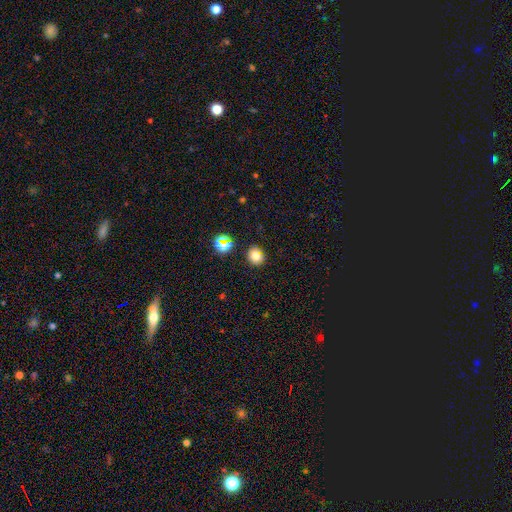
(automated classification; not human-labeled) Smooth or featured? smooth (77%)
How rounded? round (80%)
Merging? none (87%)